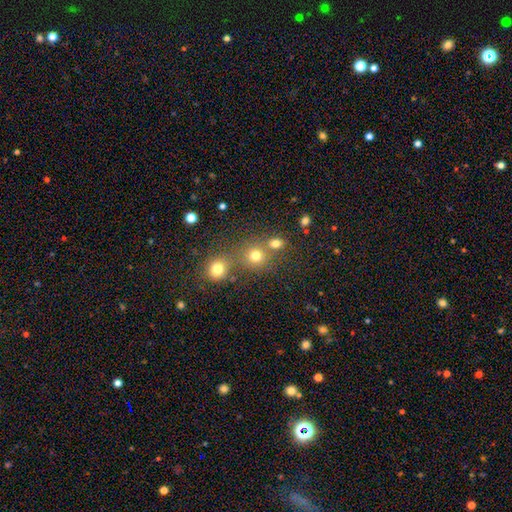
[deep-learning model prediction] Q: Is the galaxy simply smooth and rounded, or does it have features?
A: smooth — 75%.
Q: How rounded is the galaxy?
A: round — 87%.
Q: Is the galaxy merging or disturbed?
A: none — 57%.